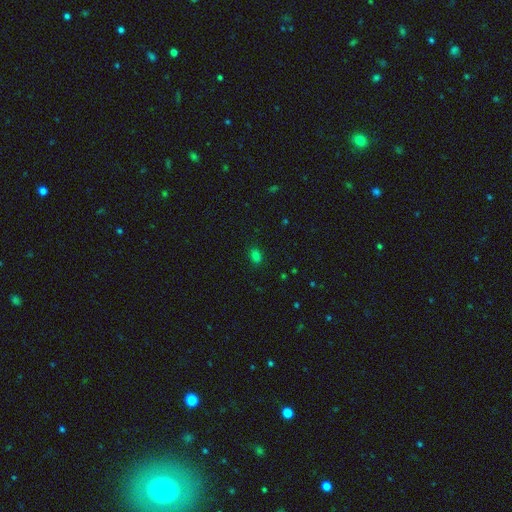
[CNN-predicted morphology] Smooth or featured? Predicted: smooth (p=0.79). How rounded? Predicted: in between (p=0.78). Merging? Predicted: none (p=0.84).